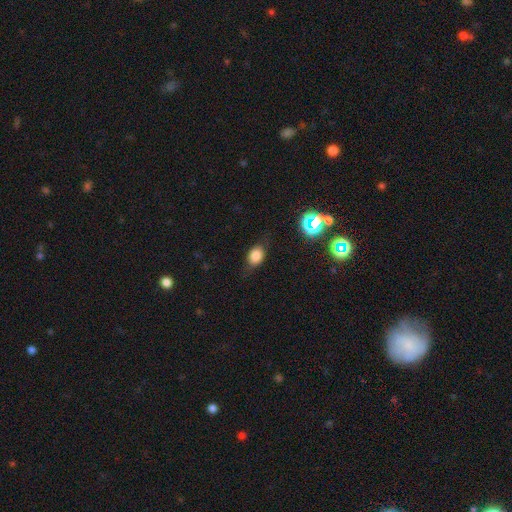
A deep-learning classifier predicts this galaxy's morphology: A smooth galaxy with no disk features (77%) that is in between round and cigar-shaped (69%).

Vote fractions:
- Smooth or featured? smooth: 77% / star or artifact: 13% / featured or disk: 10%
- How rounded? in between: 69% / round: 29% / cigar-shaped: 2%
- Merging? none: 74% / minor disturbance: 18% / major disturbance: 6% / merger: 1%